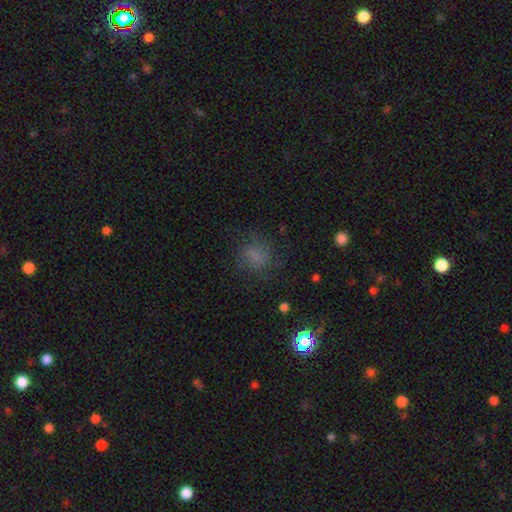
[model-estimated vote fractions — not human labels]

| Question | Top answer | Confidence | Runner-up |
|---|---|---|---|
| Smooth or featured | smooth | 62% | featured or disk (20%) |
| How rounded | round | 75% | in between (24%) |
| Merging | none | 68% | minor disturbance (18%) |